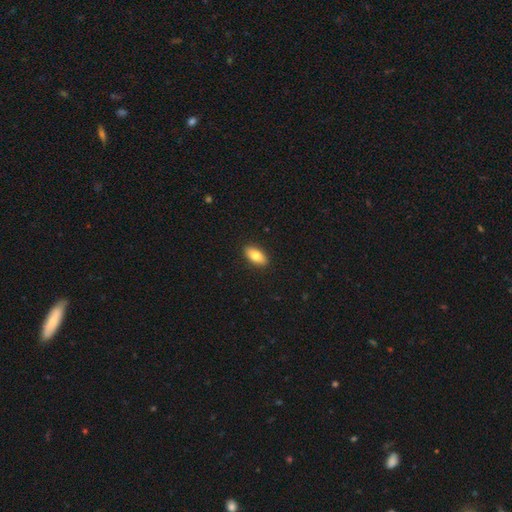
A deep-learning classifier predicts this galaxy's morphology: smooth-or-featured: smooth: 78% | featured or disk: 15% | star or artifact: 7%
  how-rounded: in between: 89% | cigar-shaped: 7% | round: 4%
  merging: none: 91% | minor disturbance: 7% | major disturbance: 2% | merger: 1%